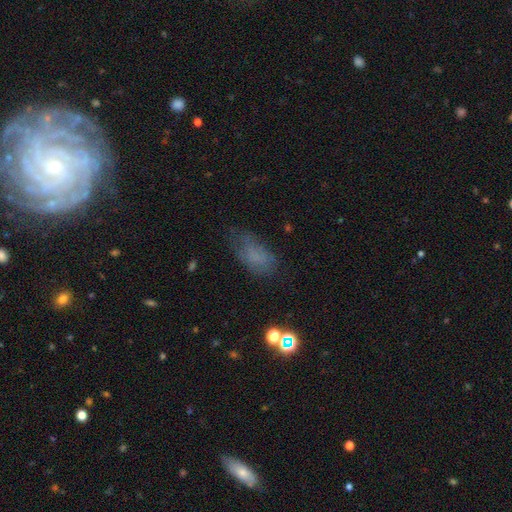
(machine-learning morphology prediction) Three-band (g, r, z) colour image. It shows a smooth galaxy with no disk features (60%) that is in between round and cigar-shaped (87%). Merging: none (50%).